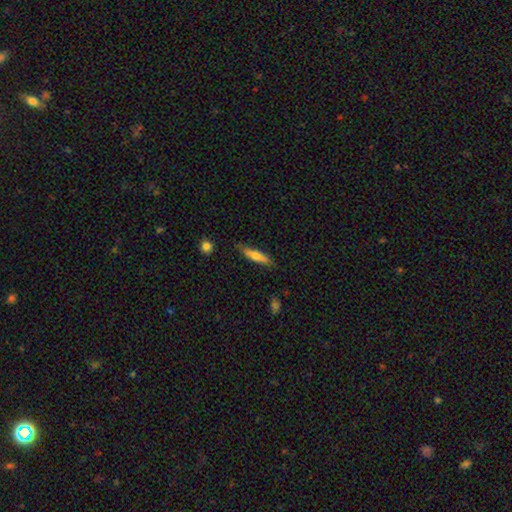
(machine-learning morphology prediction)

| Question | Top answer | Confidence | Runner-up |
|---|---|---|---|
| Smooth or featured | smooth | 63% | featured or disk (30%) |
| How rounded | cigar-shaped | 80% | in between (18%) |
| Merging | none | 79% | minor disturbance (16%) |